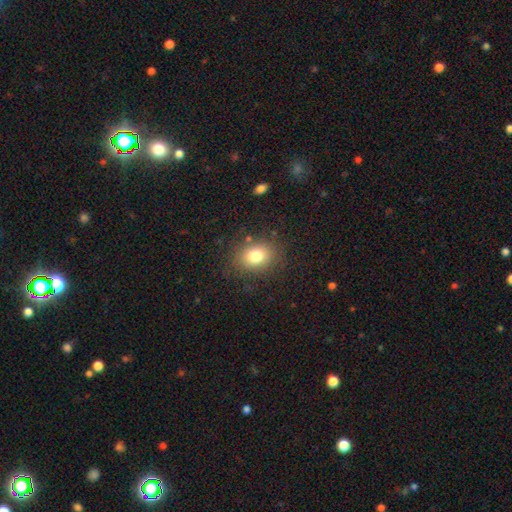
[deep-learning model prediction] Morphology: type=smooth (79%); roundness=in between (57%); merging=none (81%).